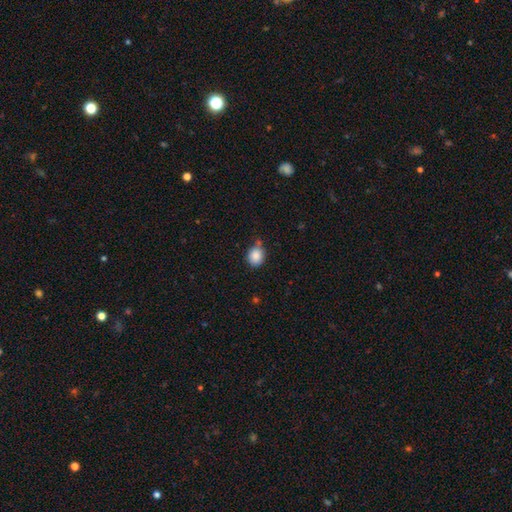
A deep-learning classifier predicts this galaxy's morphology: Smooth or featured?
  - smooth: 87% *
  - star or artifact: 9%
  - featured or disk: 4%
How rounded?
  - round: 71% *
  - in between: 28%
  - cigar-shaped: 1%
Merging?
  - none: 65% *
  - minor disturbance: 22%
  - merger: 8%
  - major disturbance: 5%